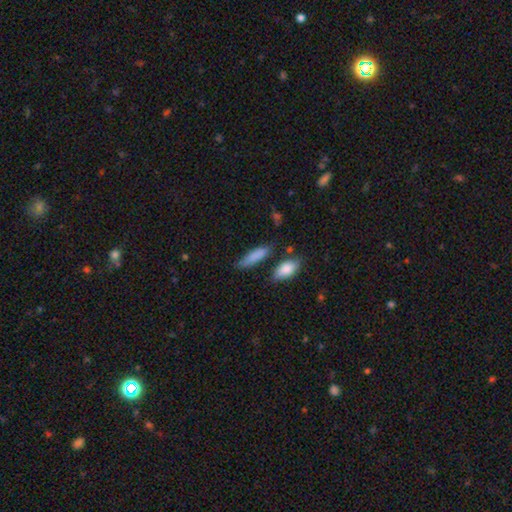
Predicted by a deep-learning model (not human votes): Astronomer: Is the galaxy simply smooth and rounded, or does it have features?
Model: smooth — 84%.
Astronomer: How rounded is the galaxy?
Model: cigar-shaped — 58% (runner-up: in between, 39%).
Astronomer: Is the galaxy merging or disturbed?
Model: none — 71%.